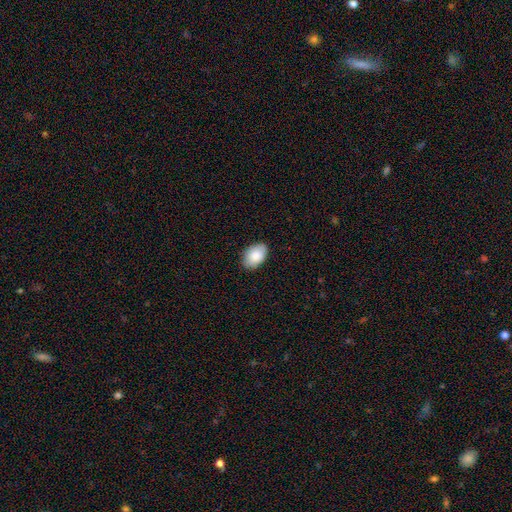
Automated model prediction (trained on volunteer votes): smooth_or_featured: smooth (p=0.86) [alt: featured or disk p=0.07]
how_rounded: in between (p=0.90) [alt: round p=0.08]
merging: none (p=0.84) [alt: minor disturbance p=0.13]